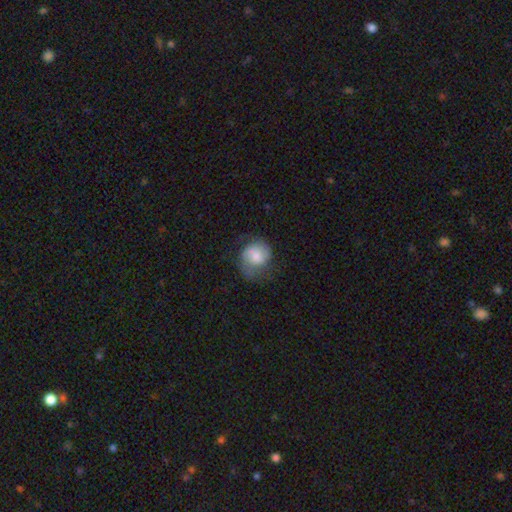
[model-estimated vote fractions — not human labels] Smooth or featured? Predicted: smooth (p=0.55). How rounded? Predicted: round (p=0.70). Merging? Predicted: none (p=0.49).